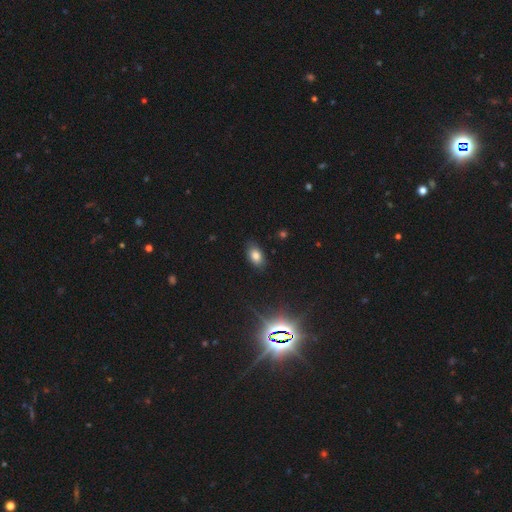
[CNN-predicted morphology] This appears to be a smooth galaxy with no disk features (78%) that is in between round and cigar-shaped (88%). Merging: none (84%).